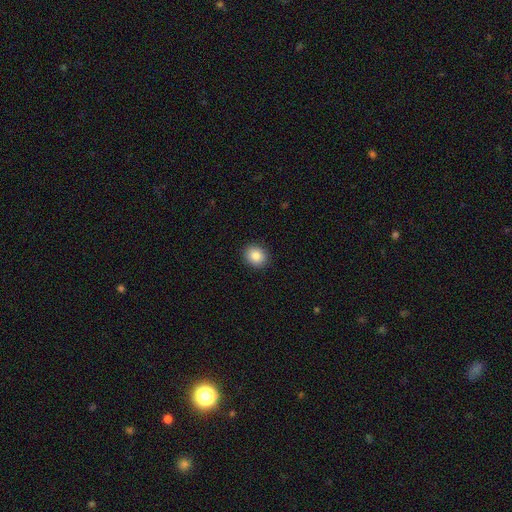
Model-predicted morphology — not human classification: This appears to be a smooth galaxy with no disk features (85%) that is round (64%). Merging: none (91%).